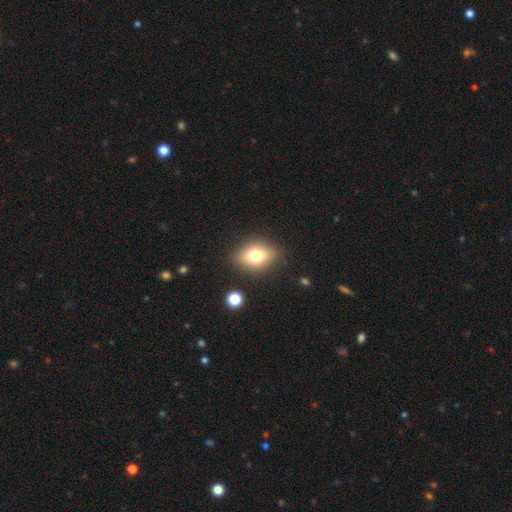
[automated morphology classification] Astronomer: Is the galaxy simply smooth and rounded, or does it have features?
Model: smooth — 72%.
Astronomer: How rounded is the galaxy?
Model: in between — 70%.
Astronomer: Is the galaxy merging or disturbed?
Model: none — 80%.